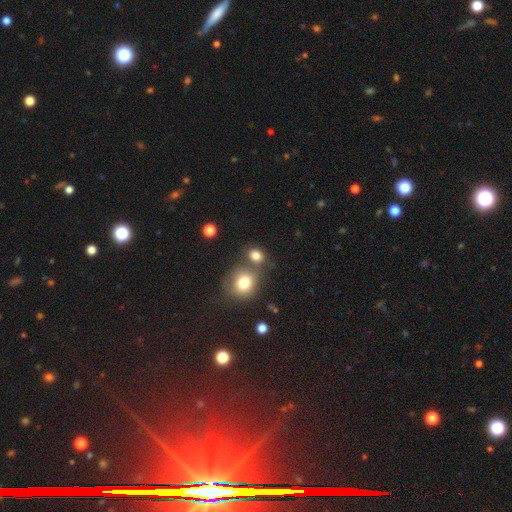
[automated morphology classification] smooth 80%, star or artifact 13%, featured or disk 7%. Down the decision tree: how rounded — round (66%); merging — none (58%).